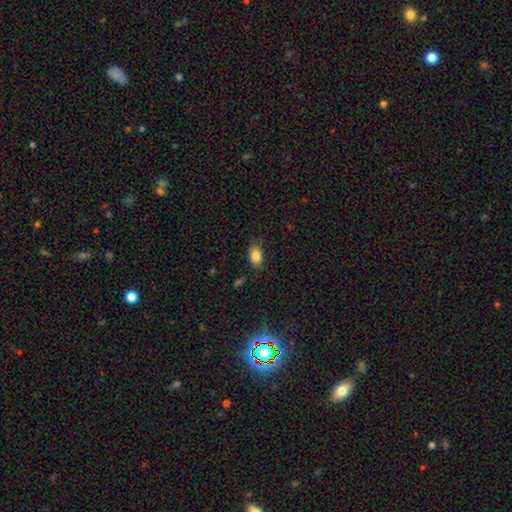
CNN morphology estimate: Smooth or featured: smooth — 83% (featured or disk — 9%)
How rounded: in between — 88% (round — 9%)
Merging: none — 79% (minor disturbance — 16%)